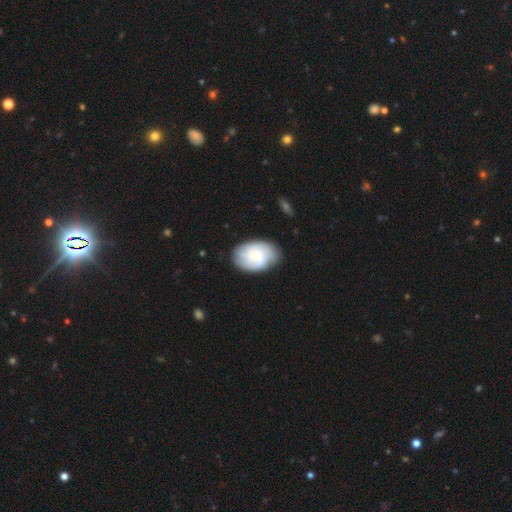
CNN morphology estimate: Q: Smooth or featured?
A: featured or disk (55%); runner-up: smooth (39%)
Q: Edge-on disk?
A: no (97%); runner-up: yes (3%)
Q: Bar?
A: no (69%); runner-up: weak (28%)
Q: Spiral arms?
A: yes (87%); runner-up: no (13%)
Q: Bulge size?
A: small (53%); runner-up: moderate (39%)
Q: Merging?
A: none (76%); runner-up: minor disturbance (18%)